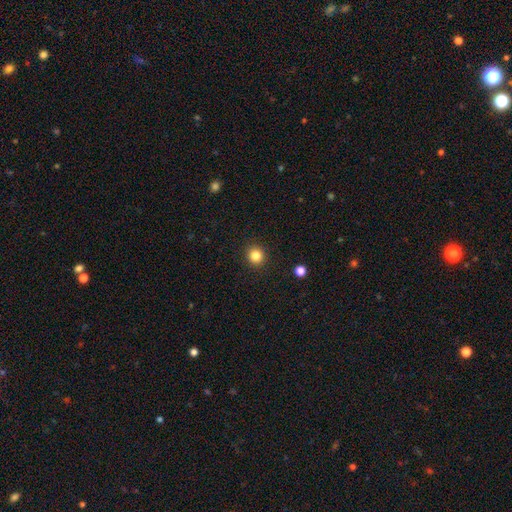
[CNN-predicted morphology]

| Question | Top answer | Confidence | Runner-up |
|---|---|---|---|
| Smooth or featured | smooth | 84% | star or artifact (12%) |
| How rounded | round | 91% | in between (8%) |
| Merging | none | 92% | minor disturbance (5%) |